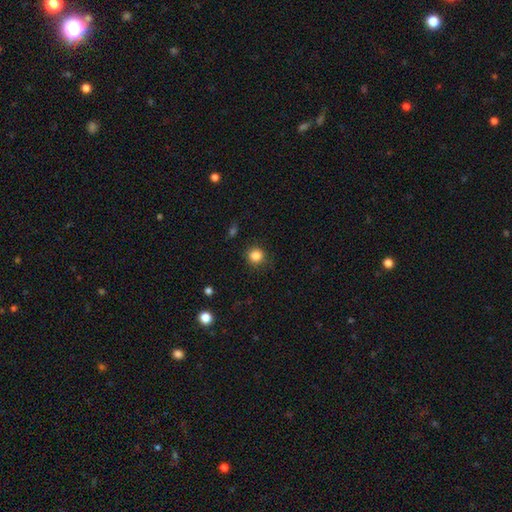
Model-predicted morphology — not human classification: smooth 85%, star or artifact 11%, featured or disk 4%. Down the decision tree: how rounded — round (90%); merging — none (88%).